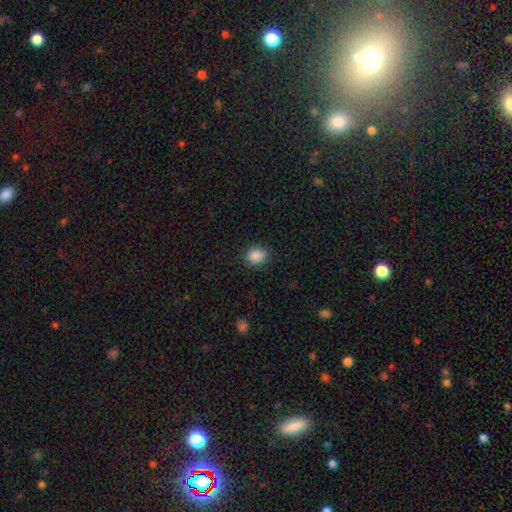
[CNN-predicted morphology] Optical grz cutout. It shows a smooth galaxy with no disk features (87%) that is round (59%). Merging: none (84%).